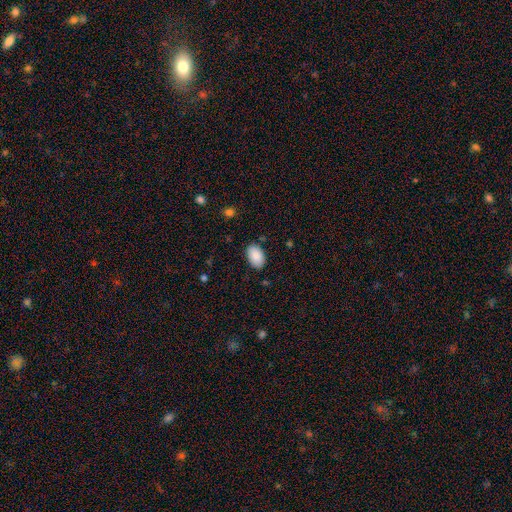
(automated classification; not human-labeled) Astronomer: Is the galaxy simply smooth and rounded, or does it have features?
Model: smooth — 89%.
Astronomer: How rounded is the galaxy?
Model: in between — 92%.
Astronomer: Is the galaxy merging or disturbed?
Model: none — 85%.